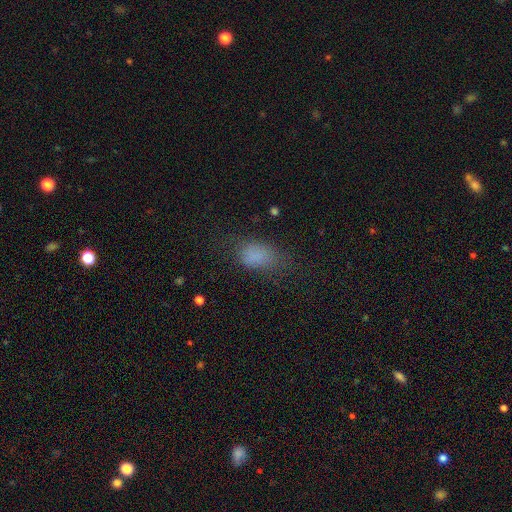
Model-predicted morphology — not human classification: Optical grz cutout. It shows a smooth galaxy with no disk features (77%) that is in between round and cigar-shaped (87%). Merging: none (55%).